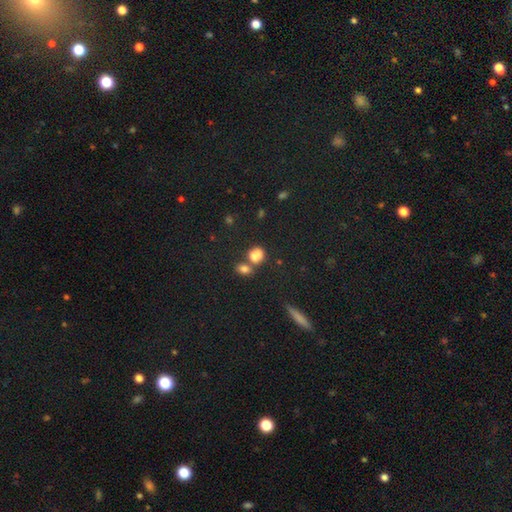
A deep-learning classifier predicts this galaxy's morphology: Smooth or featured: smooth — 75% (star or artifact — 14%)
How rounded: round — 51% (in between — 47%)
Merging: merger — 50% (none — 35%)